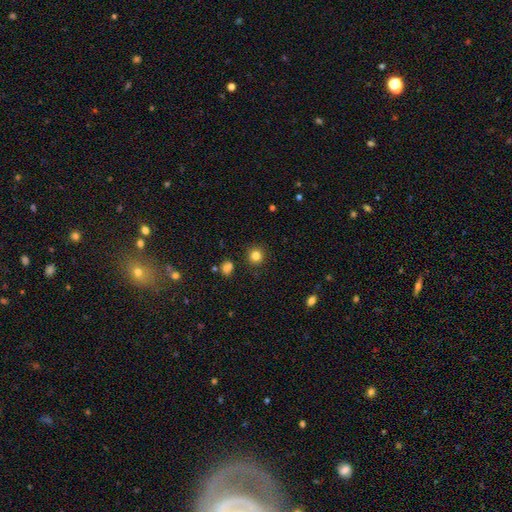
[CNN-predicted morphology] Overall: smooth (82%). How rounded: round (92%). Merging: none (89%).